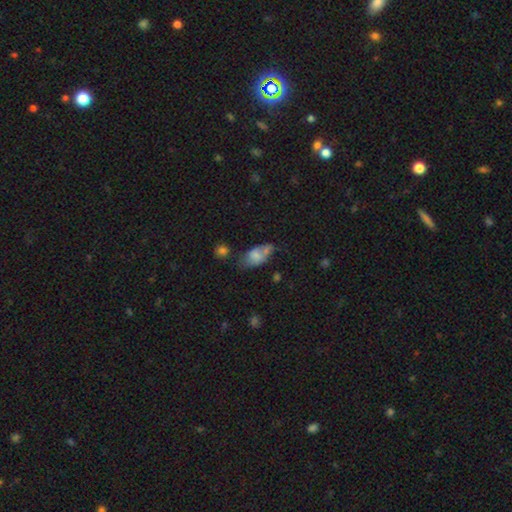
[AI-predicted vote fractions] Overall: smooth (67%). How rounded: in between (90%). Merging: none (38%; minor disturbance 32%).